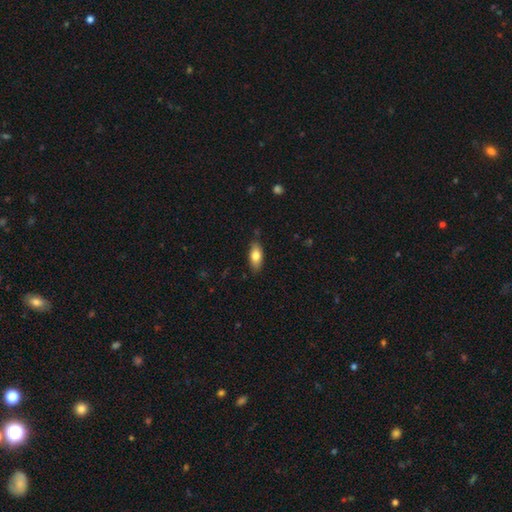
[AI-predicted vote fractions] smooth_or_featured: smooth (p=0.78) [alt: featured or disk p=0.15]
how_rounded: in between (p=0.84) [alt: cigar-shaped p=0.13]
merging: none (p=0.82) [alt: minor disturbance p=0.14]